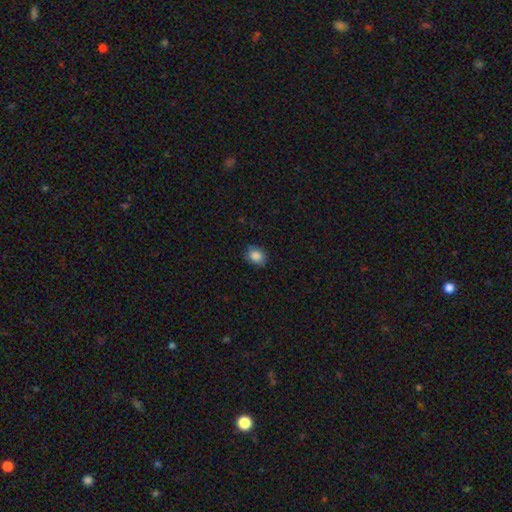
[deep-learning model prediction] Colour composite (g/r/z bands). It shows a smooth galaxy with no disk features (87%) that is in between round and cigar-shaped (50%). Merging: none (81%).